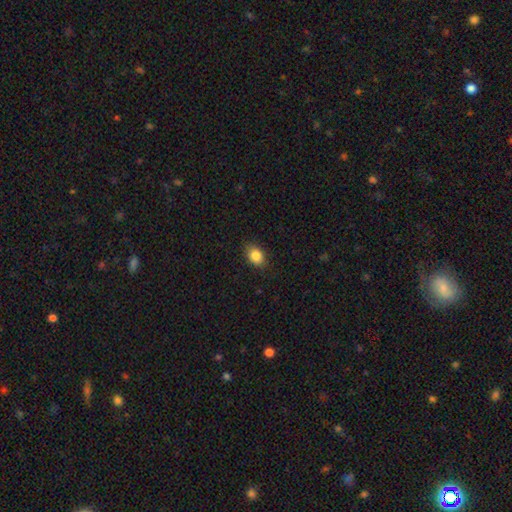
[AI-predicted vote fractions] smooth-or-featured: smooth: 86% | star or artifact: 9% | featured or disk: 6%
  how-rounded: in between: 71% | round: 28% | cigar-shaped: 1%
  merging: none: 86% | minor disturbance: 11% | major disturbance: 2% | merger: 1%